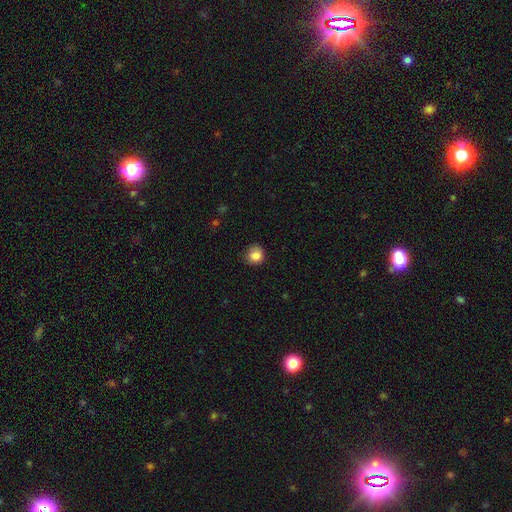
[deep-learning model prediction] Q: Smooth or featured?
A: smooth (84%); runner-up: star or artifact (10%)
Q: How rounded?
A: round (87%); runner-up: in between (12%)
Q: Merging?
A: none (77%); runner-up: minor disturbance (18%)